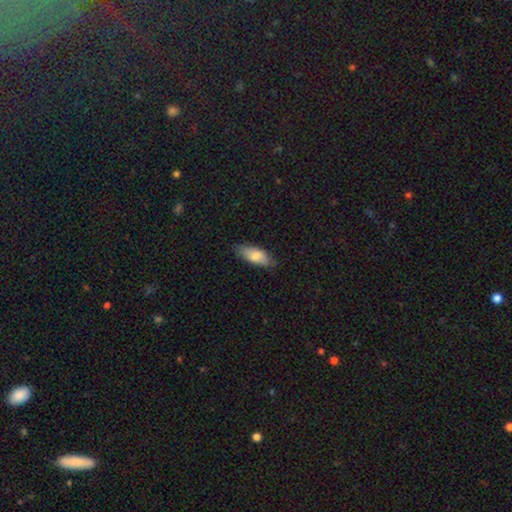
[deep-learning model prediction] This appears to be a smooth galaxy with no disk features (77%) that is in between round and cigar-shaped (78%). Merging: none (77%).